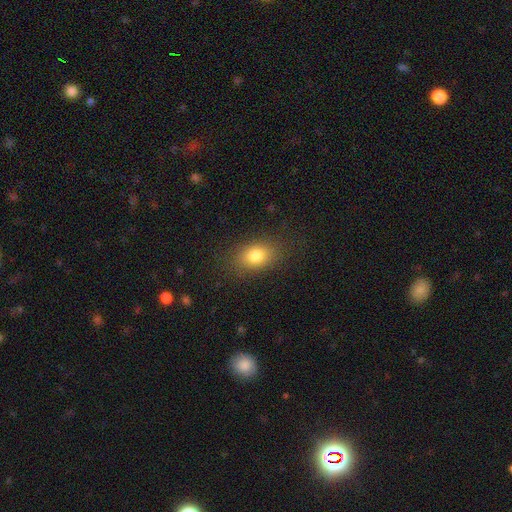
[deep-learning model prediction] A smooth galaxy with no disk features (80%) that is in between round and cigar-shaped (76%).

Vote fractions:
- Smooth or featured? smooth: 80% / star or artifact: 11% / featured or disk: 10%
- How rounded? in between: 76% / round: 22% / cigar-shaped: 2%
- Merging? none: 84% / minor disturbance: 11% / major disturbance: 4% / merger: 1%